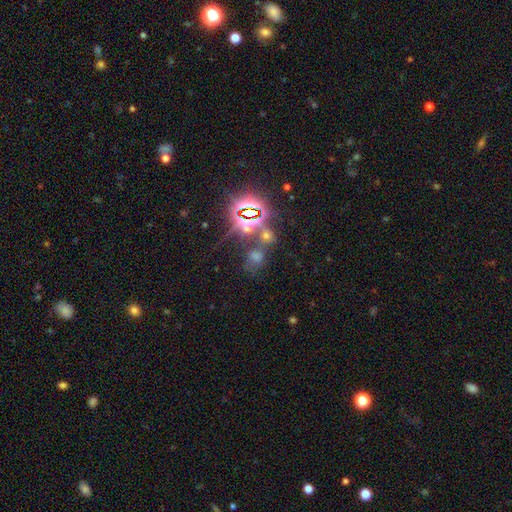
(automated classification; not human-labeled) Smooth or featured? star or artifact (67%)